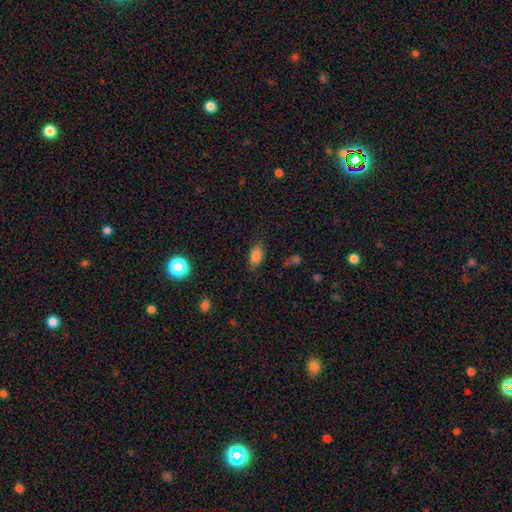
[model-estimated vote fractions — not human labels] smooth-or-featured: smooth: 83% | star or artifact: 10% | featured or disk: 6%
  how-rounded: in between: 90% | round: 6% | cigar-shaped: 4%
  merging: none: 79% | minor disturbance: 15% | major disturbance: 4% | merger: 2%